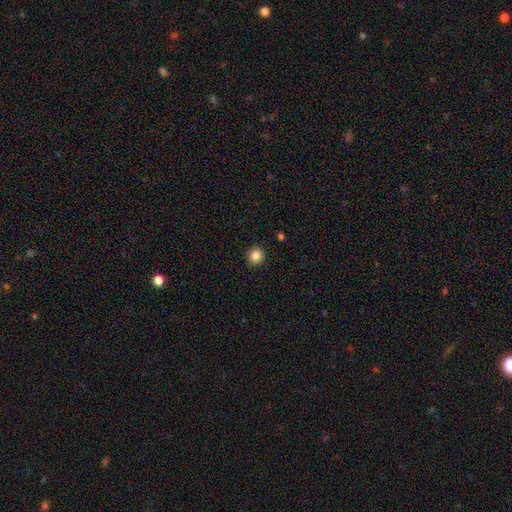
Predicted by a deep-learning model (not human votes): smooth-or-featured: smooth: 86% | star or artifact: 10% | featured or disk: 4%
  how-rounded: round: 92% | in between: 7% | cigar-shaped: 1%
  merging: none: 92% | minor disturbance: 6% | major disturbance: 2% | merger: 1%